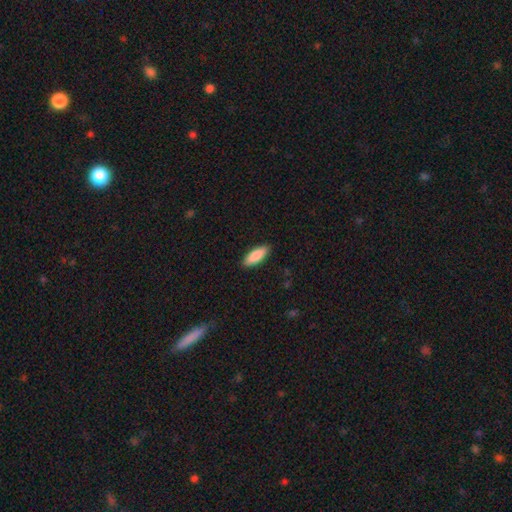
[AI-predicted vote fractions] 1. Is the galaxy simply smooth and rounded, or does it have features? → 89% smooth, 6% featured or disk, 5% star or artifact.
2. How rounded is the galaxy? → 66% in between, 33% cigar-shaped, 2% round.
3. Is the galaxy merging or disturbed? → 90% none, 8% minor disturbance, 2% major disturbance, 1% merger.